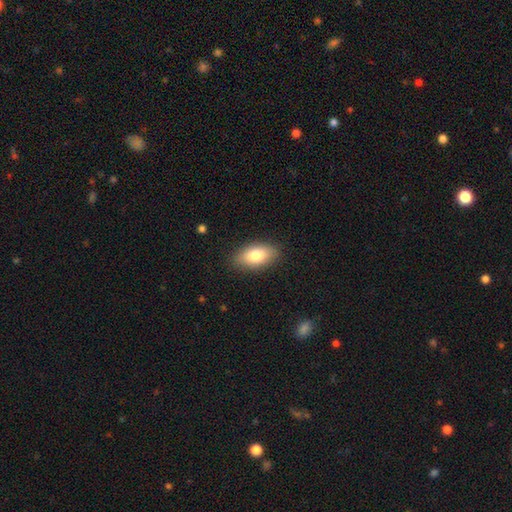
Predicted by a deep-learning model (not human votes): This is clearly a smooth galaxy (82%). How rounded: clearly in between (91%). Merging: clearly none (87%).